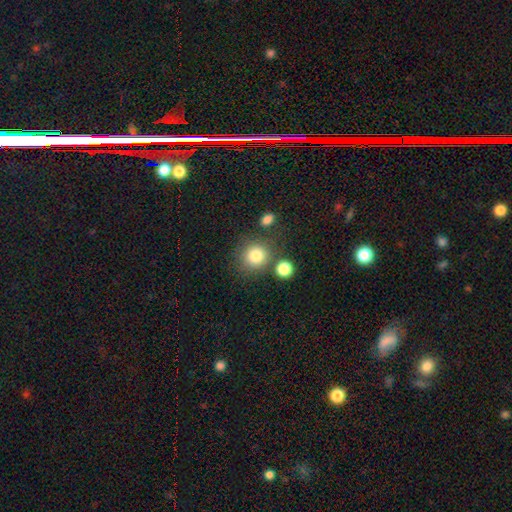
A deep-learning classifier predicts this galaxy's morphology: A smooth galaxy with no disk features (81%) that is round (88%). Merging: none (74%).